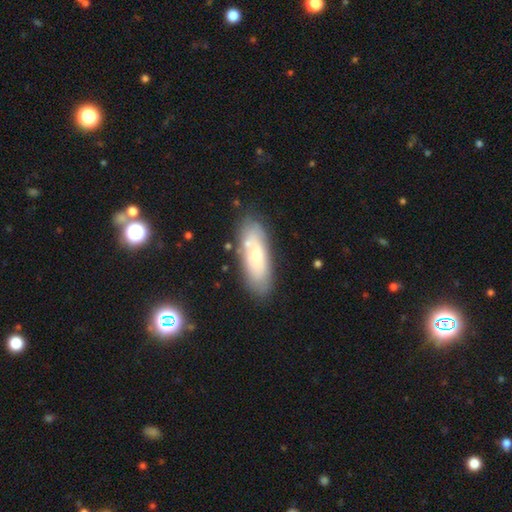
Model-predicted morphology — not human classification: Smooth or featured? smooth (57%)
How rounded? in between (67%)
Merging? none (74%)